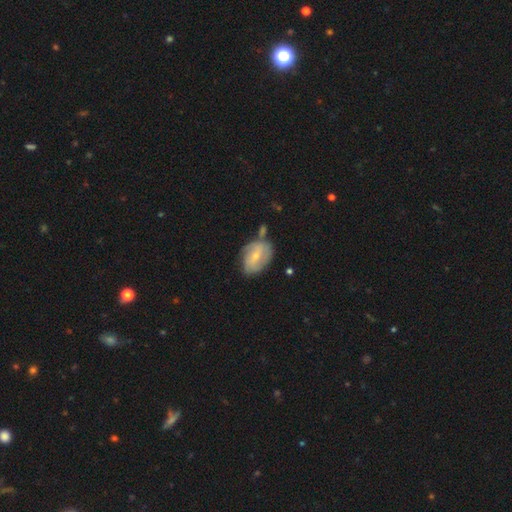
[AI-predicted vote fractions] The model was most divided on "smooth or featured": featured or disk: 51%, smooth: 42%, star or artifact: 7%. Remaining: edge-on disk — no (95%); merging — none (50%).